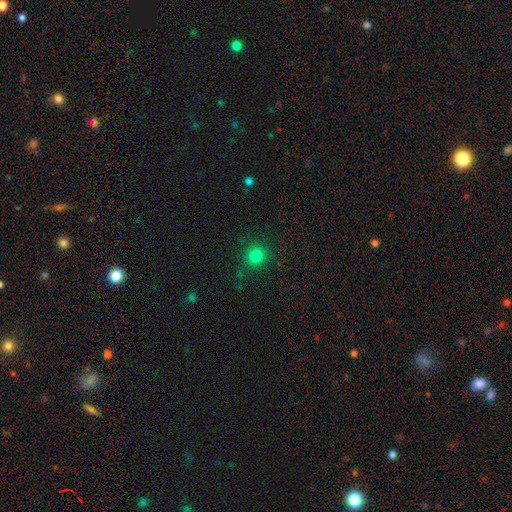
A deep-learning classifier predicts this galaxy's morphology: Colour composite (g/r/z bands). It shows a smooth galaxy with no disk features (80%) that is round (87%). Merging: none (83%).